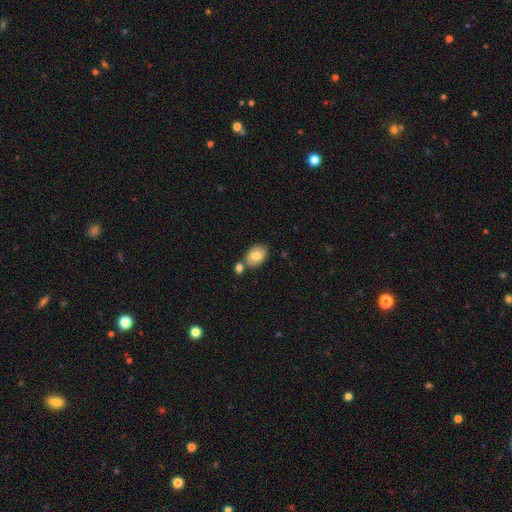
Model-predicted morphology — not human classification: The model was most divided on "merging": none: 68%, merger: 16%, minor disturbance: 13%, major disturbance: 3%. More confident: smooth or featured — smooth (80%); how rounded — in between (79%).